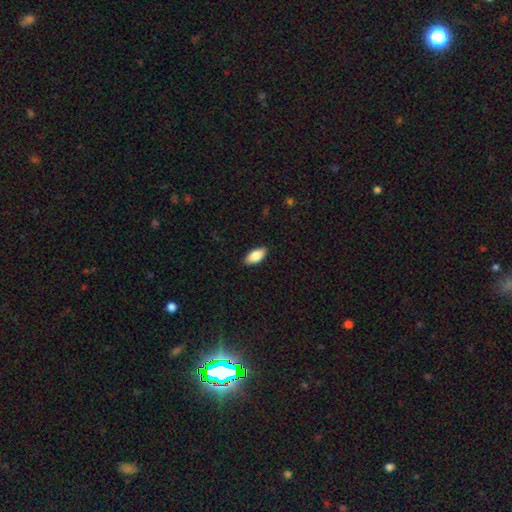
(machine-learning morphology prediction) type=smooth (86%); roundness=in between (90%); merging=none (88%).